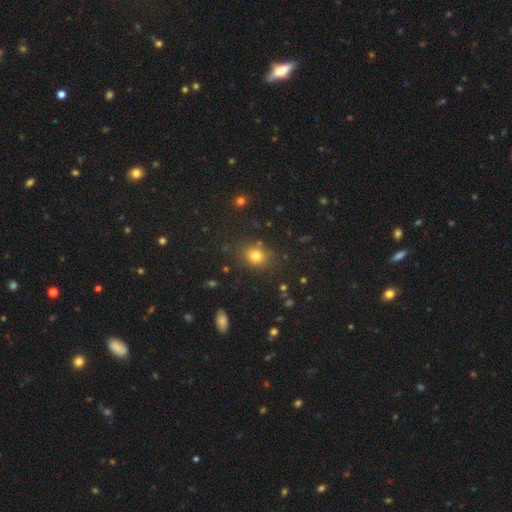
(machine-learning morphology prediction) Smooth or featured: smooth — 78% (star or artifact — 15%)
How rounded: round — 60% (in between — 39%)
Merging: none — 80% (minor disturbance — 12%)